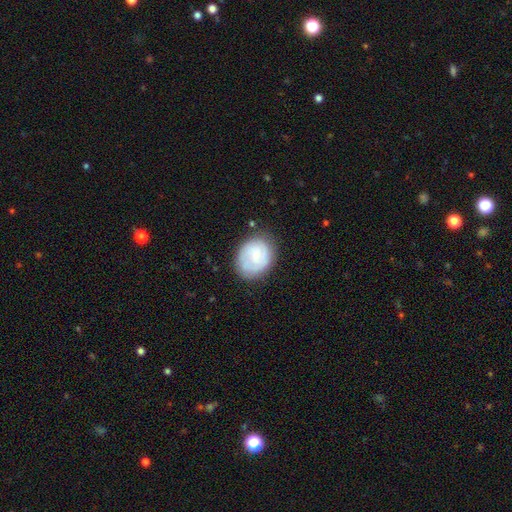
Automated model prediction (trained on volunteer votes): Smooth or featured? Predicted: smooth (p=0.61). How rounded? Predicted: in between (p=0.51). Merging? Predicted: none (p=0.69).